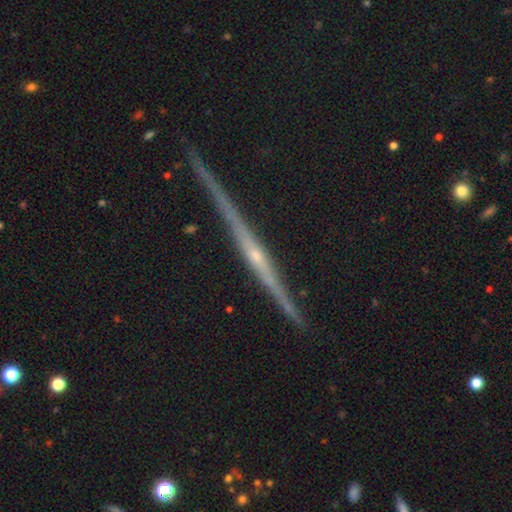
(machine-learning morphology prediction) smooth-or-featured: featured or disk: 84% | star or artifact: 9% | smooth: 8%
  disk-edge-on: yes: 98% | no: 2%
    edge-on-bulge: rounded: 62% | none: 30% | boxy: 8%
  merging: none: 89% | minor disturbance: 8% | major disturbance: 2% | merger: 1%